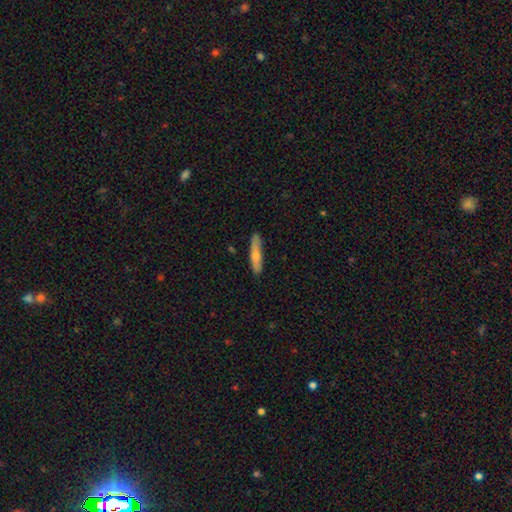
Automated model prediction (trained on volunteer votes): Smooth or featured? Predicted: smooth (p=0.62). How rounded? Predicted: cigar-shaped (p=0.88). Merging? Predicted: none (p=0.85).